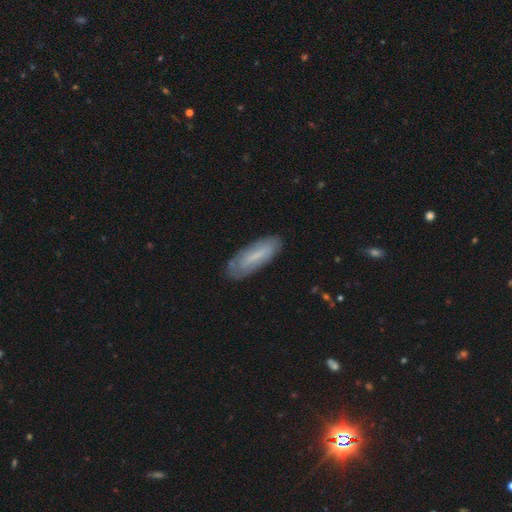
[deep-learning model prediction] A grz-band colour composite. It shows a smooth galaxy with no disk features (58%) that is in between round and cigar-shaped (54%). Merging: none (78%).